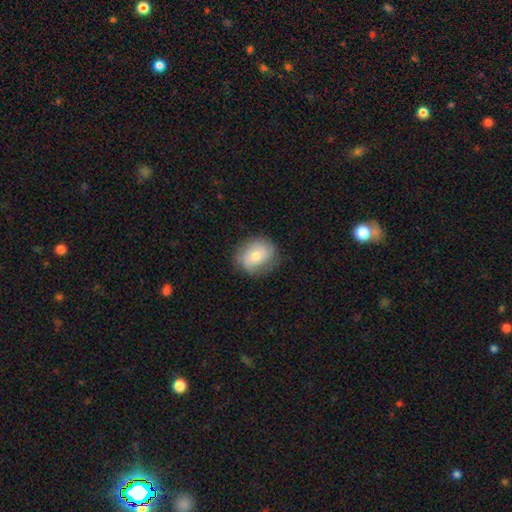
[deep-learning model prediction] Q: Smooth or featured?
A: smooth (69%); runner-up: featured or disk (24%)
Q: How rounded?
A: round (60%); runner-up: in between (39%)
Q: Merging?
A: none (72%); runner-up: minor disturbance (20%)